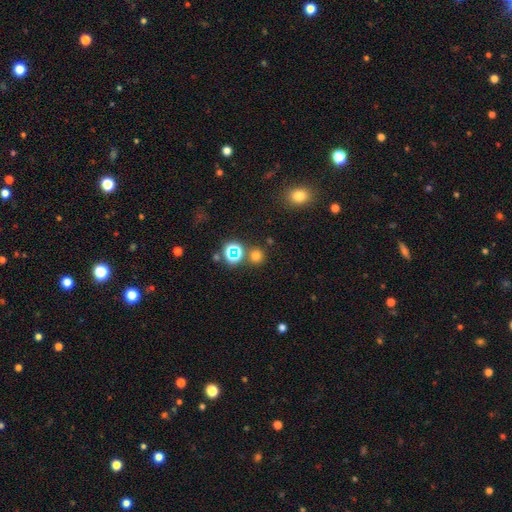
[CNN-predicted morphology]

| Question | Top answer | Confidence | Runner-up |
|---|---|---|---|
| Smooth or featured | smooth | 67% | star or artifact (27%) |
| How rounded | round | 91% | in between (8%) |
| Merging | none | 81% | merger (10%) |